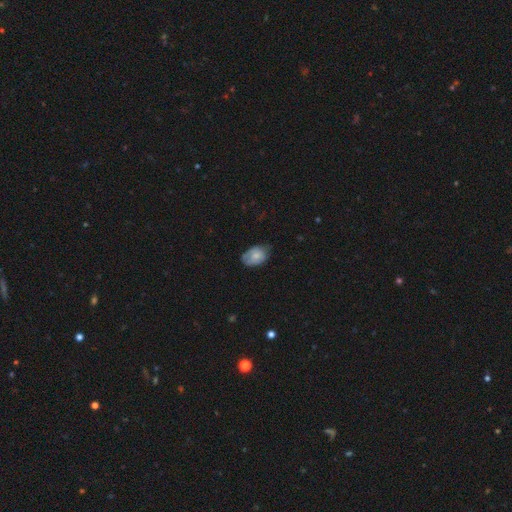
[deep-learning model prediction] This appears to be a smooth galaxy with no disk features (70%) that is in between round and cigar-shaped (85%). Merging: none (59%).